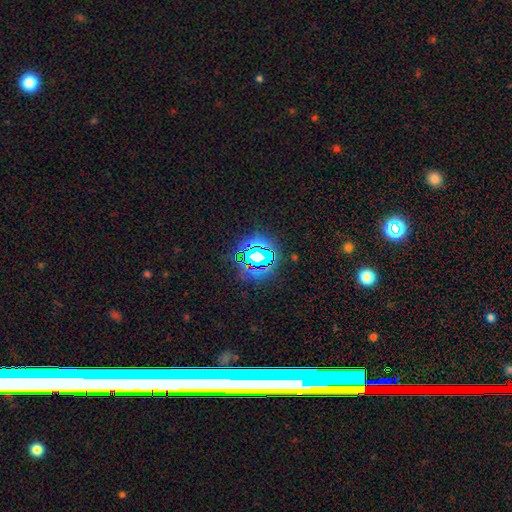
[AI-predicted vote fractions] Overall: star or artifact (70%).